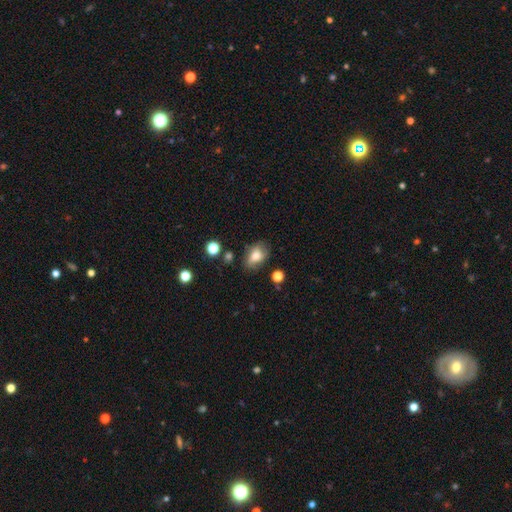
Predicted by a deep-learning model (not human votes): smooth_or_featured: smooth (p=0.73) [alt: featured or disk p=0.18]
how_rounded: in between (p=0.81) [alt: round p=0.17]
merging: none (p=0.65) [alt: minor disturbance p=0.24]